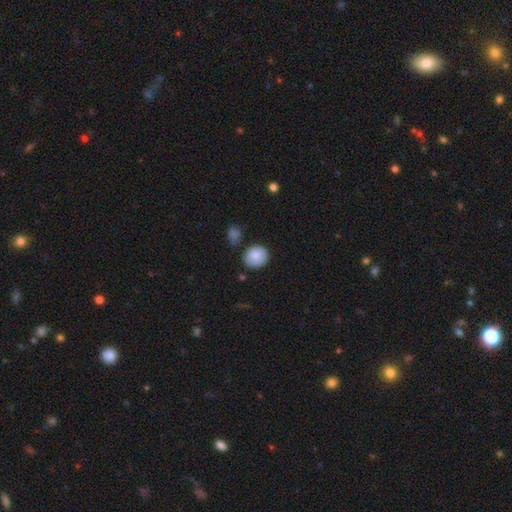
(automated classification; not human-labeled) Q: Smooth or featured?
A: smooth (87%); runner-up: star or artifact (7%)
Q: How rounded?
A: round (73%); runner-up: in between (26%)
Q: Merging?
A: none (78%); runner-up: minor disturbance (15%)